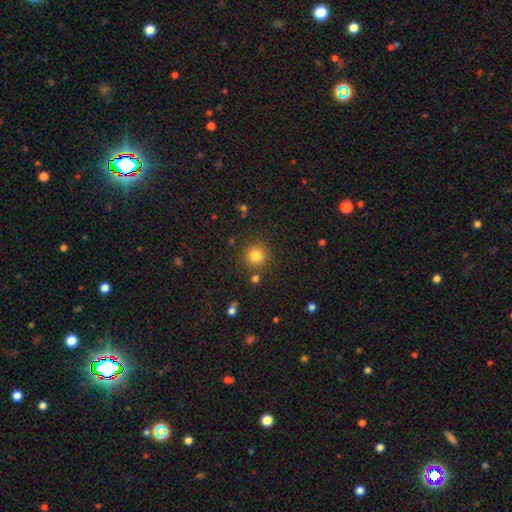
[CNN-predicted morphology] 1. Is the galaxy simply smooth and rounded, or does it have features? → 81% smooth, 13% star or artifact, 6% featured or disk.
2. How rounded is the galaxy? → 93% round, 6% in between, 1% cigar-shaped.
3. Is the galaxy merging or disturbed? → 84% none, 8% minor disturbance, 5% merger, 3% major disturbance.